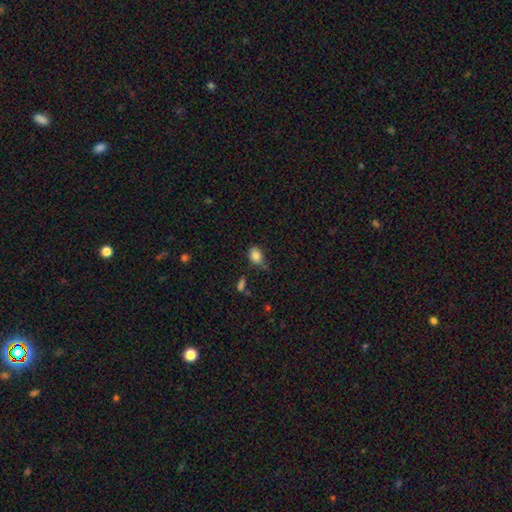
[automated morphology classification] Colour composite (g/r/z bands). It shows a smooth galaxy with no disk features (83%) that is in between round and cigar-shaped (69%). Merging: none (58%).